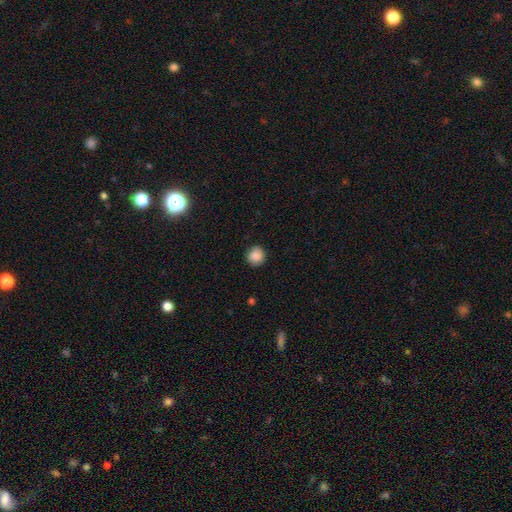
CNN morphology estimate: Smooth or featured? Predicted: smooth (p=0.86). How rounded? Predicted: round (p=0.91). Merging? Predicted: none (p=0.87).